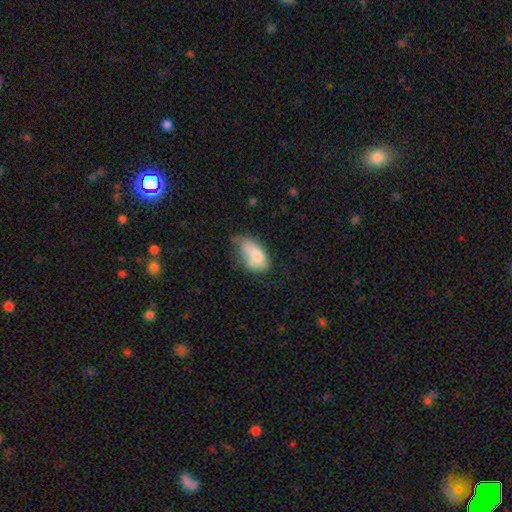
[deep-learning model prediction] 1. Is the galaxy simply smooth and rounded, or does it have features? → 76% smooth, 17% featured or disk, 8% star or artifact.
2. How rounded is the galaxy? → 92% in between, 5% round, 4% cigar-shaped.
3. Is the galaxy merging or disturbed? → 38% minor disturbance, 31% none, 19% major disturbance, 13% merger.